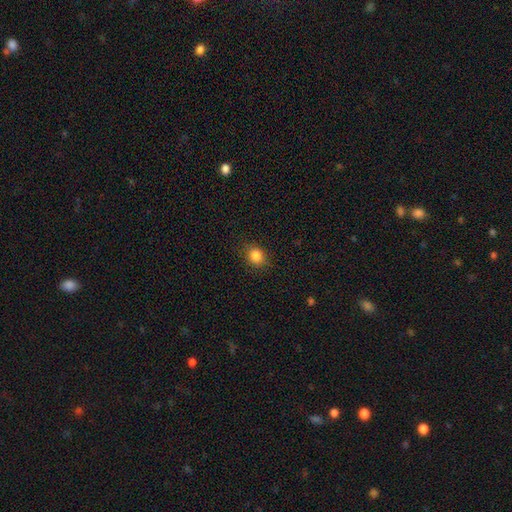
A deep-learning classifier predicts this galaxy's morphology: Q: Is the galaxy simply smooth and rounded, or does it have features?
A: smooth — 85%.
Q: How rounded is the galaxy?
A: round — 66%.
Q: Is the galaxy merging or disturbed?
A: none — 85%.